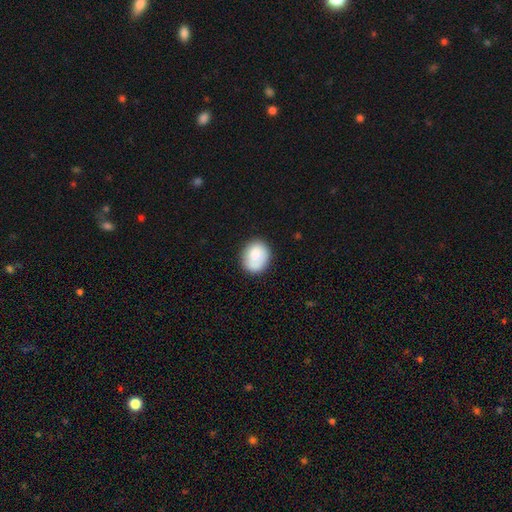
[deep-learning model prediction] The model was most divided on "how rounded": round: 62%, in between: 37%, cigar-shaped: 1%. More confident: smooth or featured — smooth (79%); merging — none (71%).